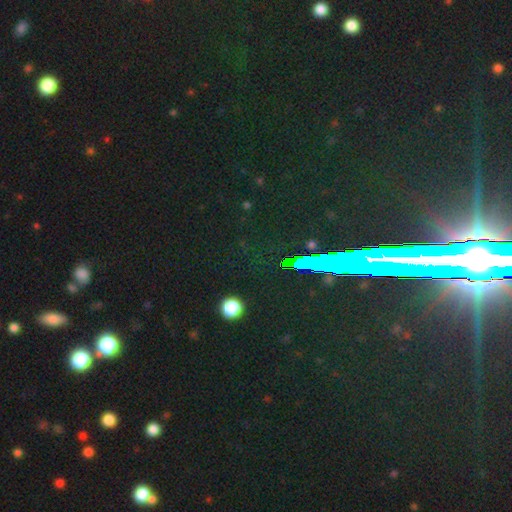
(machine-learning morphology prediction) This is likely a star or artifact rather than a galaxy (79%).